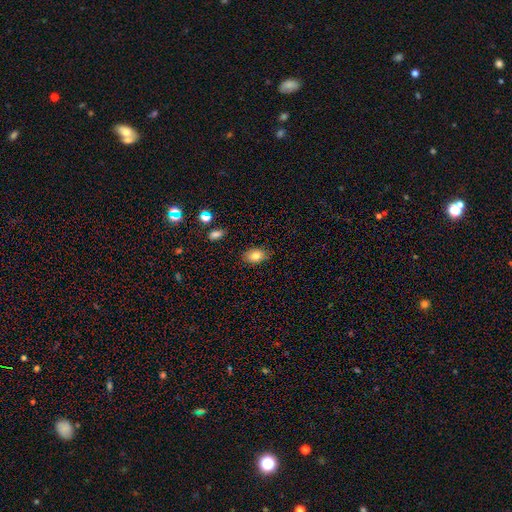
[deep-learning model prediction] This is clearly a smooth galaxy (81%). How rounded: clearly in between (83%). Merging: clearly none (83%).